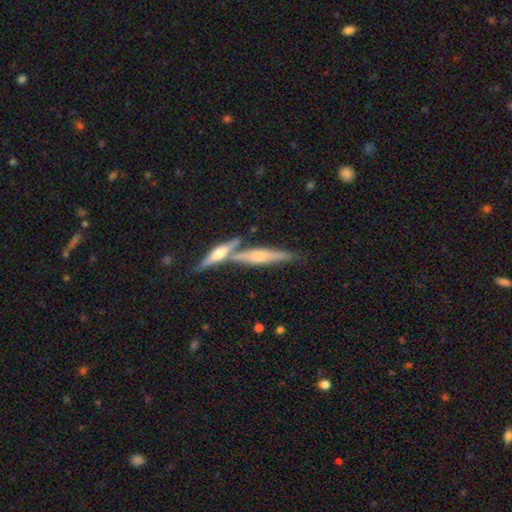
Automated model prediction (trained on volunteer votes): Smooth or featured? featured or disk (72%)
Edge-on disk? yes (96%)
Edge-on bulge? rounded (79%)
Merging? none (61%)